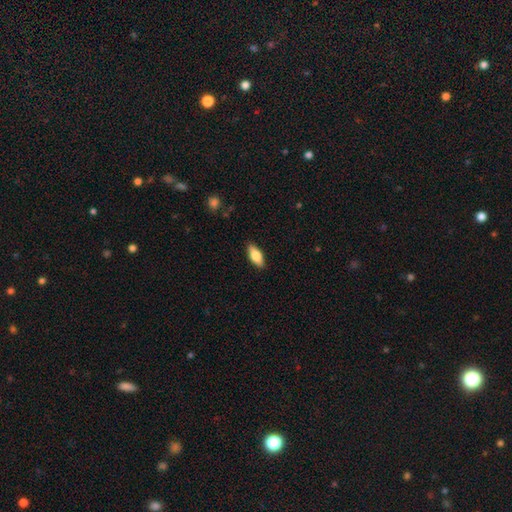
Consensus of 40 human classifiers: A smooth galaxy with no disk features (68%) that is in between round and cigar-shaped (89%).

Vote fractions:
- Smooth or featured? smooth: 68% / featured or disk: 30% / star or artifact: 2%
- How rounded? in between: 89% / cigar-shaped: 7% / round: 4%
- Merging? none: 90% / minor disturbance: 10% / major disturbance: 0% / merger: 0%